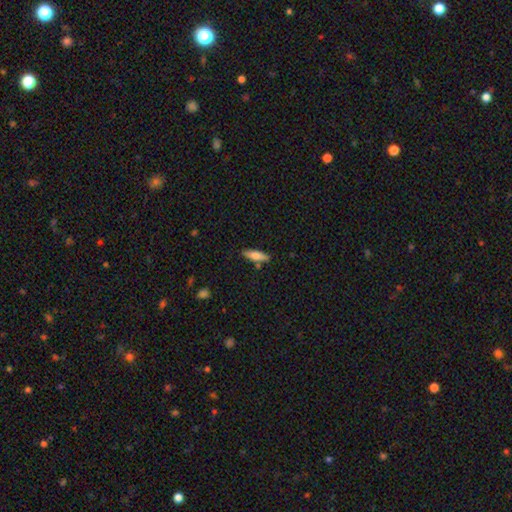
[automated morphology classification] A smooth galaxy with no disk features (70%) that is cigar-shaped (60%). Merging: none (81%).